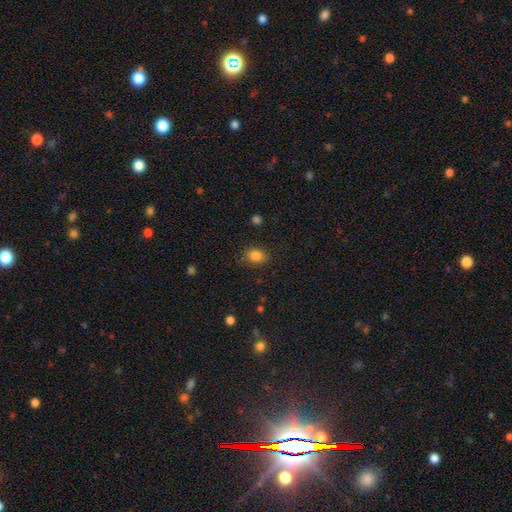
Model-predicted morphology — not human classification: The model was most divided on "how rounded": in between: 60%, round: 39%, cigar-shaped: 1%. More confident: smooth or featured — smooth (84%); merging — none (84%).